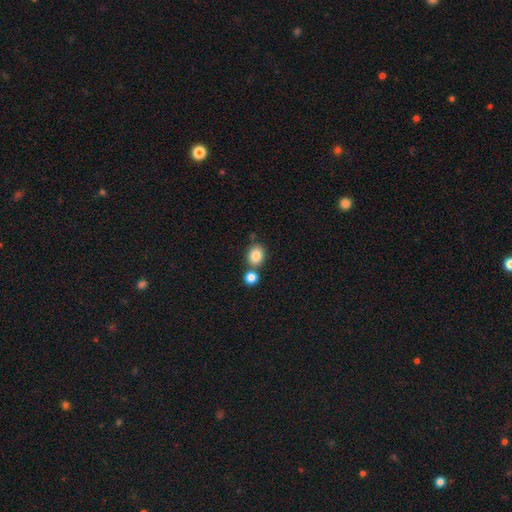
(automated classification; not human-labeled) Smooth or featured?
  - smooth: 84% *
  - star or artifact: 9%
  - featured or disk: 7%
How rounded?
  - round: 57% *
  - in between: 42%
  - cigar-shaped: 1%
Merging?
  - none: 61% *
  - merger: 27%
  - minor disturbance: 10%
  - major disturbance: 3%